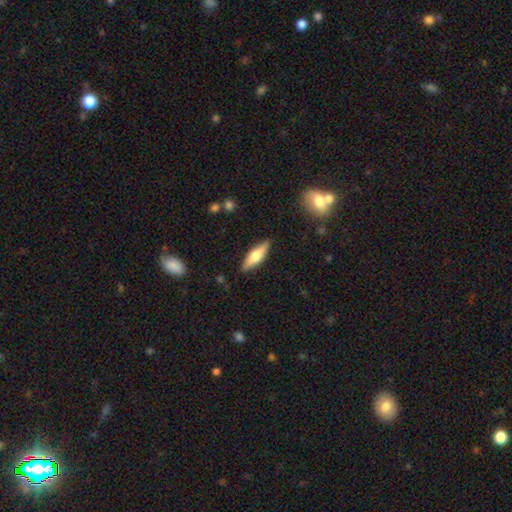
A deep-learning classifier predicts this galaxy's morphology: type=smooth (58%); roundness=cigar-shaped (49%, tied with in between); merging=none (87%).